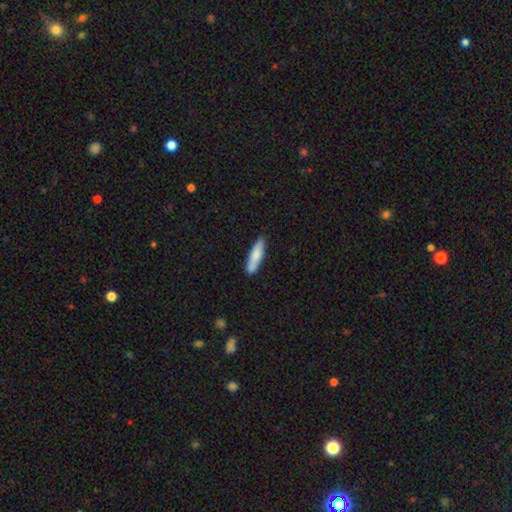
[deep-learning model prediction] smooth-or-featured: smooth: 78% | featured or disk: 16% | star or artifact: 6%
  how-rounded: cigar-shaped: 72% | in between: 27% | round: 2%
  merging: none: 79% | minor disturbance: 15% | merger: 4% | major disturbance: 2%